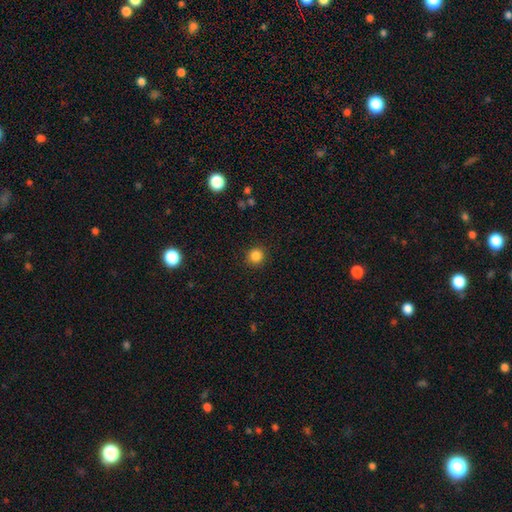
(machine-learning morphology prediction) Q: Smooth or featured?
A: smooth (84%); runner-up: star or artifact (12%)
Q: How rounded?
A: round (94%); runner-up: in between (5%)
Q: Merging?
A: none (92%); runner-up: minor disturbance (5%)